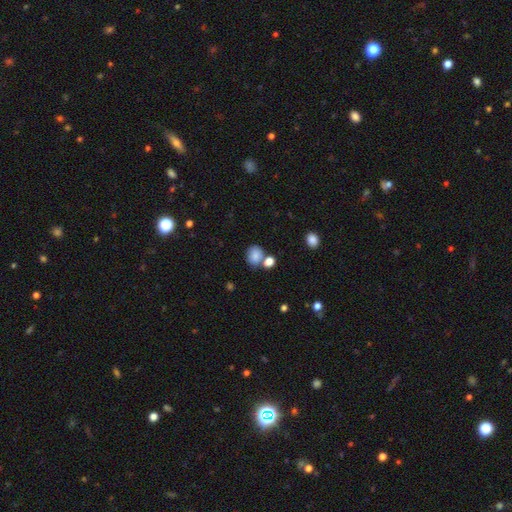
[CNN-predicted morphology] Smooth or featured? smooth (83%)
How rounded? round (64%)
Merging? none (56%)